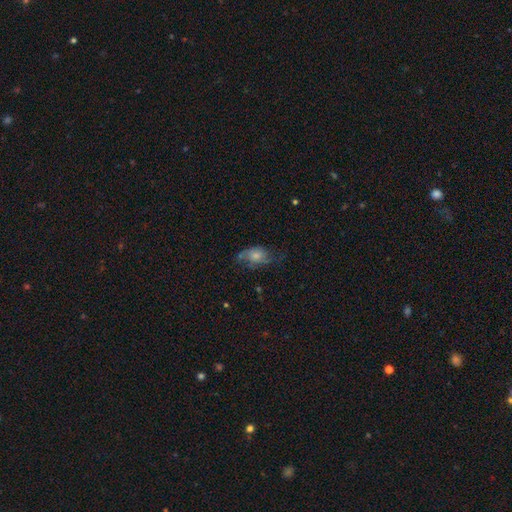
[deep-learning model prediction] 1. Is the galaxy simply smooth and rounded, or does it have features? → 47% smooth, 44% featured or disk, 9% star or artifact.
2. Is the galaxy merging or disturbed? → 48% none, 28% minor disturbance, 22% major disturbance, 2% merger.